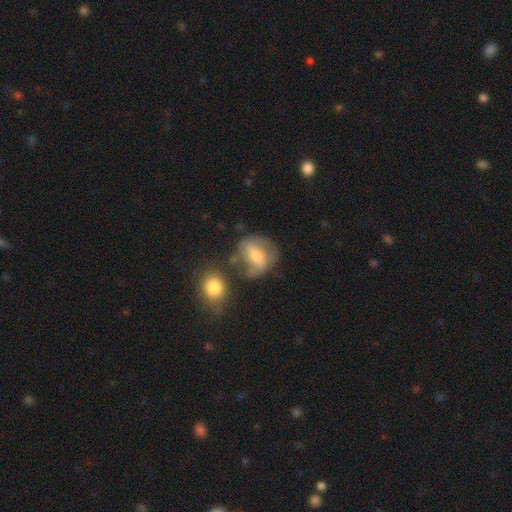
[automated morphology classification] Smooth or featured? Predicted: featured or disk (p=0.47). Merging? Predicted: none (p=0.45).